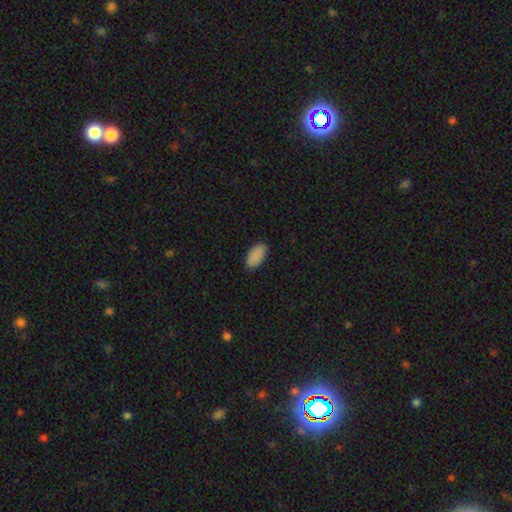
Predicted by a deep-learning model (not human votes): A smooth galaxy with no disk features (89%) that is in between round and cigar-shaped (95%).

Vote fractions:
- Smooth or featured? smooth: 89% / star or artifact: 7% / featured or disk: 4%
- How rounded? in between: 95% / cigar-shaped: 3% / round: 3%
- Merging? none: 87% / minor disturbance: 10% / major disturbance: 2% / merger: 1%